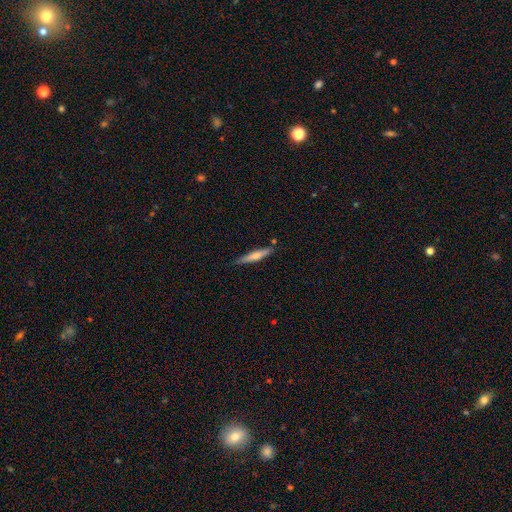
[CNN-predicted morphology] A smooth galaxy with no disk features (52%) that is cigar-shaped (91%).

Vote fractions:
- Smooth or featured? smooth: 52% / featured or disk: 42% / star or artifact: 6%
- How rounded? cigar-shaped: 91% / in between: 8% / round: 1%
- Merging? none: 84% / minor disturbance: 11% / merger: 3% / major disturbance: 2%